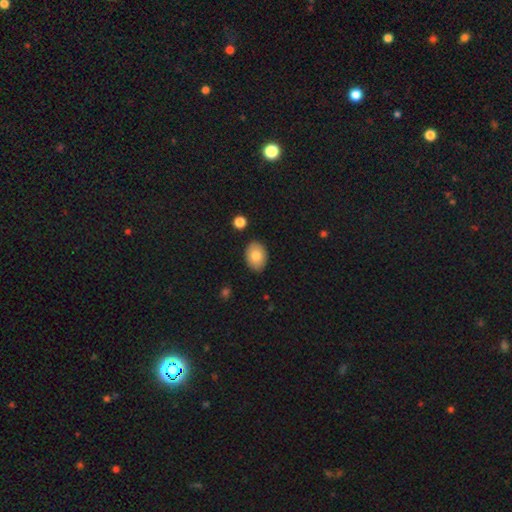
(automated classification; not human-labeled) smooth-or-featured: smooth: 83% | featured or disk: 10% | star or artifact: 7%
  how-rounded: in between: 78% | round: 21% | cigar-shaped: 1%
  merging: none: 86% | minor disturbance: 10% | major disturbance: 2% | merger: 2%